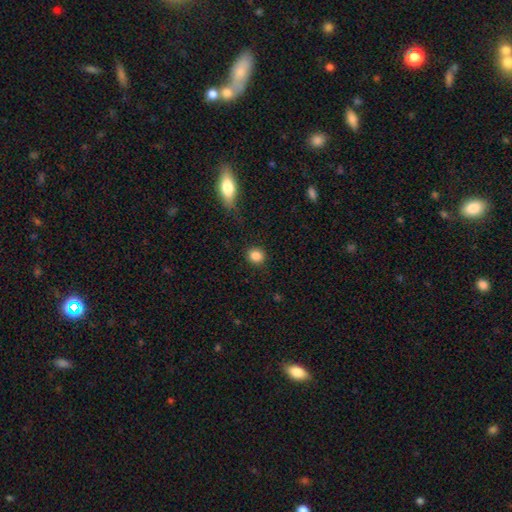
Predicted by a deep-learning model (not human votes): Q: Smooth or featured?
A: smooth (86%); runner-up: star or artifact (10%)
Q: How rounded?
A: round (80%); runner-up: in between (19%)
Q: Merging?
A: none (88%); runner-up: minor disturbance (8%)